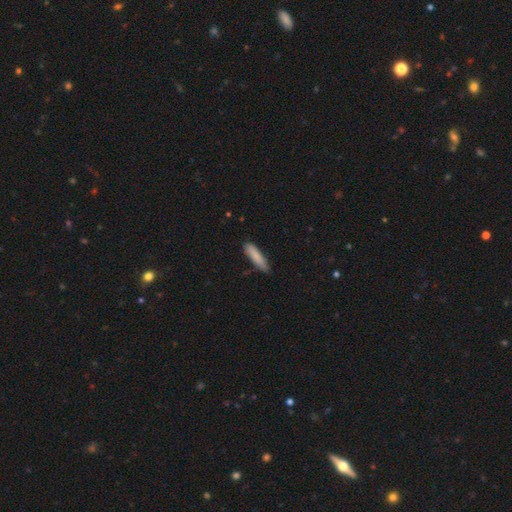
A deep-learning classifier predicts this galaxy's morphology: Overall: smooth (85%). How rounded: cigar-shaped (76%). Merging: none (78%).